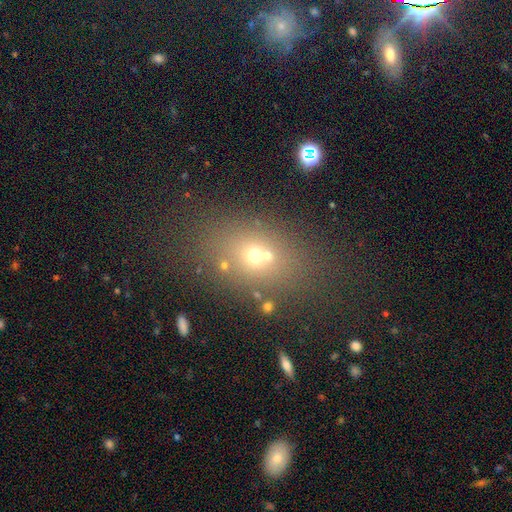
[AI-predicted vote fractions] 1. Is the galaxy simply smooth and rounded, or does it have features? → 55% smooth, 25% star or artifact, 20% featured or disk.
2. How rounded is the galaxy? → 61% in between, 37% round, 2% cigar-shaped.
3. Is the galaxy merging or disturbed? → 63% none, 21% merger, 11% minor disturbance, 6% major disturbance.